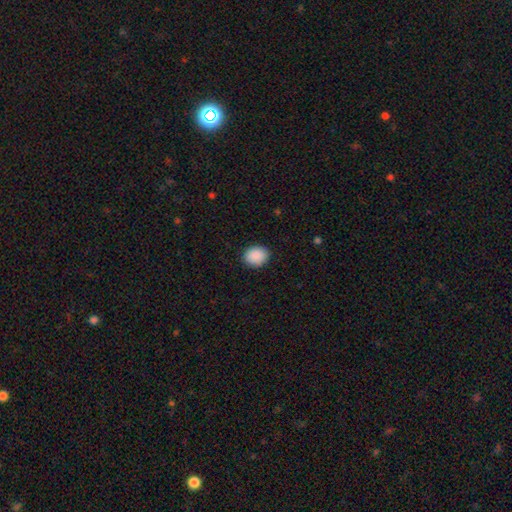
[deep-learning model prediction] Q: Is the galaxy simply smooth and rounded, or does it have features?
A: smooth — 90%.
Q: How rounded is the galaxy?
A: round — 51%.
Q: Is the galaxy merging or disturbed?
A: none — 89%.